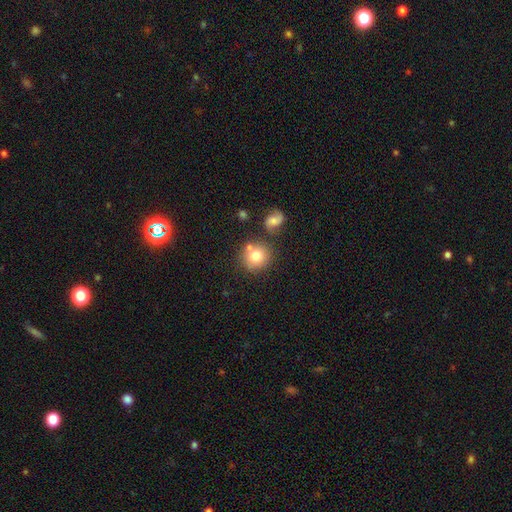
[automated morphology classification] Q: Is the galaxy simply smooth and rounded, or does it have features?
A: smooth — 77%.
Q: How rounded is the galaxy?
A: round — 89%.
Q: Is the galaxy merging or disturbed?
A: none — 70%.